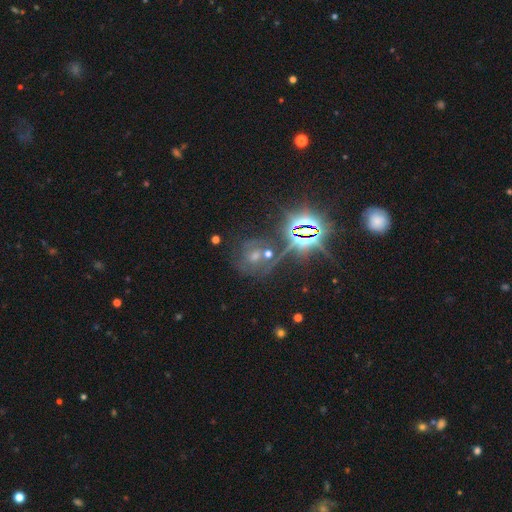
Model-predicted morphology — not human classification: A star or artifact, not a galaxy (47%).